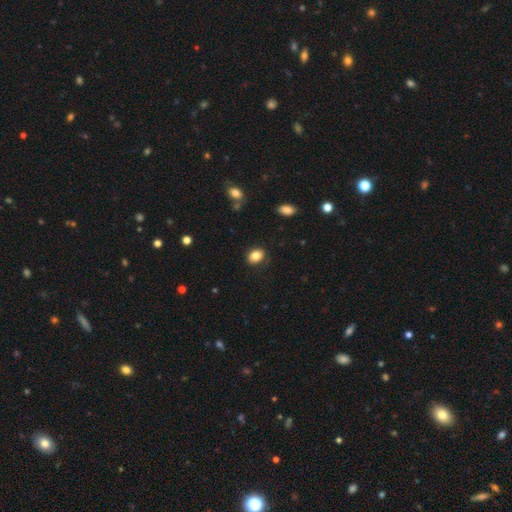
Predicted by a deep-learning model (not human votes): A smooth galaxy with no disk features (84%) that is in between round and cigar-shaped (63%). Merging: none (85%).